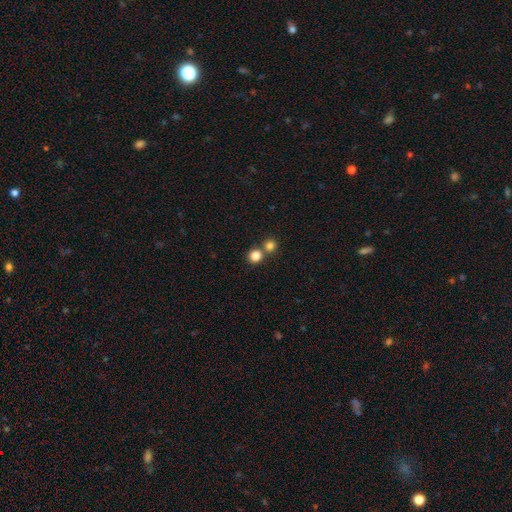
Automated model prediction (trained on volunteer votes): Smooth or featured? Predicted: smooth (p=0.83). How rounded? Predicted: round (p=0.89). Merging? Predicted: none (p=0.60).